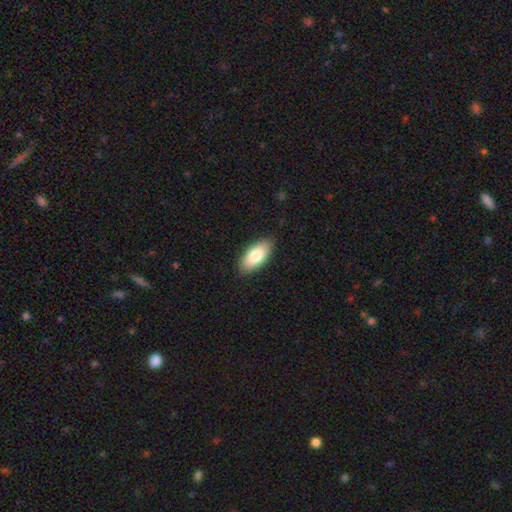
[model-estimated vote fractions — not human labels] Overall: smooth (81%). How rounded: in between (91%). Merging: none (87%).